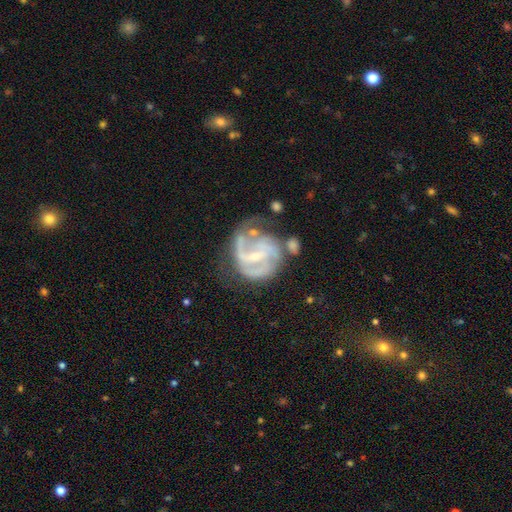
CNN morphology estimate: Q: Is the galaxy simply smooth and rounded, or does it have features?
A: featured or disk — 83%.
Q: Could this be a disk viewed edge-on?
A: no — 98%.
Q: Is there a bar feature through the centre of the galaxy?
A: weak — 47%.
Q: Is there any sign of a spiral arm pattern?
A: yes — 90%.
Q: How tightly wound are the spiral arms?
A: medium — 46%.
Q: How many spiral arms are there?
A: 2 — 43%.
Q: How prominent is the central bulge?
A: small — 68%.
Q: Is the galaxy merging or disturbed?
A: none — 39%.